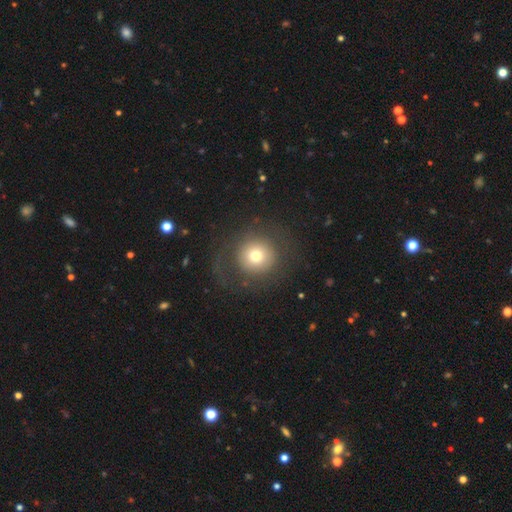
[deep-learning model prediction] Smooth or featured: smooth — 67% (featured or disk — 21%)
How rounded: round — 94% (in between — 5%)
Merging: none — 74% (major disturbance — 14%)